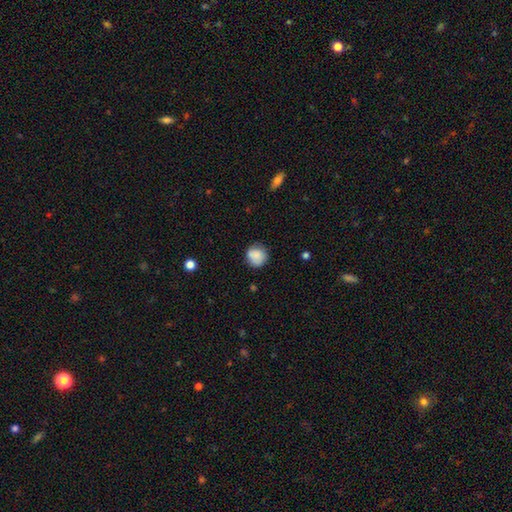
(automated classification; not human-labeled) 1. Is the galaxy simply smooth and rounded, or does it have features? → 85% smooth, 8% star or artifact, 7% featured or disk.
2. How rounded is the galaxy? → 88% round, 11% in between, 1% cigar-shaped.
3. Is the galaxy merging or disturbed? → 75% none, 19% minor disturbance, 4% major disturbance, 2% merger.